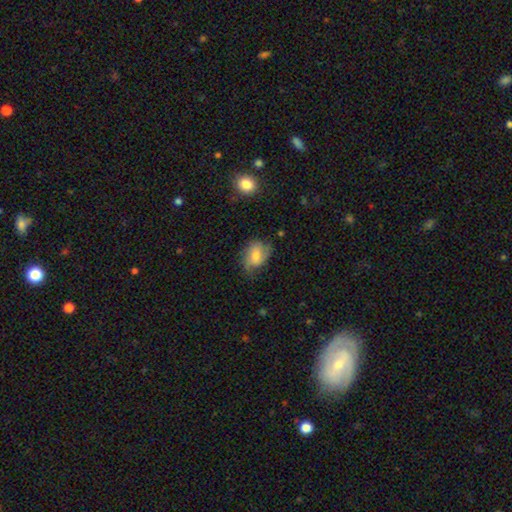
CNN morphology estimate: type=smooth (61%); roundness=in between (68%); merging=none (54%).